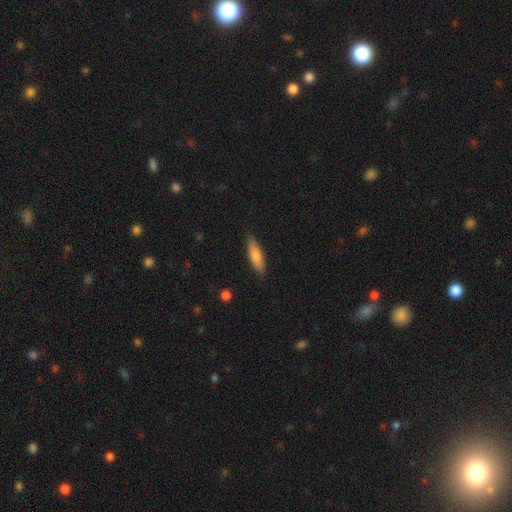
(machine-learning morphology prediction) This is likely a smooth galaxy (80%). How rounded: likely cigar-shaped (61%). Merging: clearly none (86%).